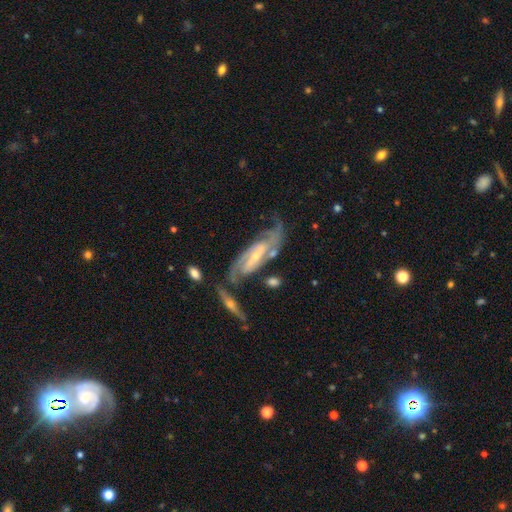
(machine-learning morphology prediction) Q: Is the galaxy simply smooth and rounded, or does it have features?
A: featured or disk — 90%.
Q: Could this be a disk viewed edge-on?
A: no — 90%.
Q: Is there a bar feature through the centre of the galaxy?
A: strong — 49%.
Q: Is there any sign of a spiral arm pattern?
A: yes — 97%.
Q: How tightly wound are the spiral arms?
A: medium — 46%.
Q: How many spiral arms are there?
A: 2 — 80%.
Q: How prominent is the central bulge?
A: small — 69%.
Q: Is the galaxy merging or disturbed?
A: none — 60%.